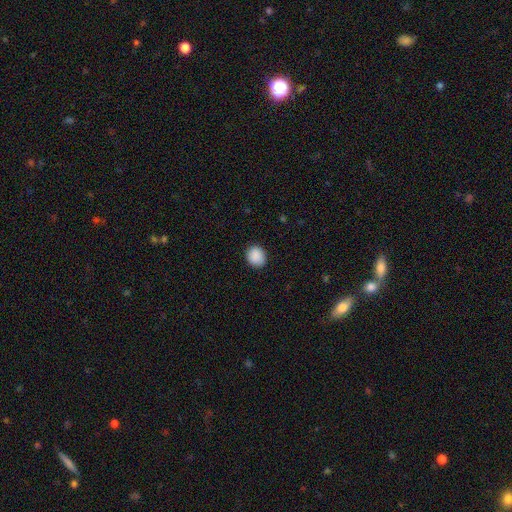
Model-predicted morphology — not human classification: A smooth galaxy with no disk features (90%) that is round (72%). Merging: none (88%).